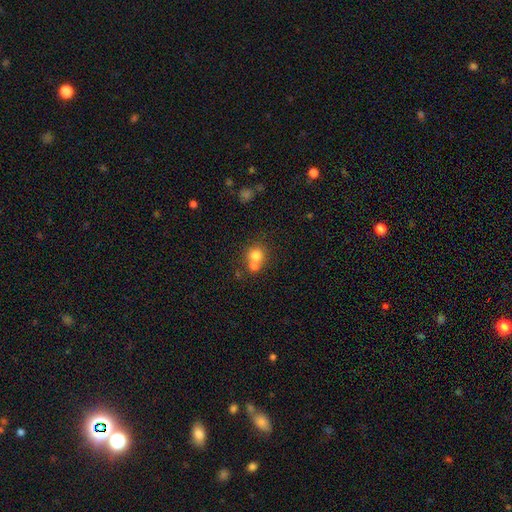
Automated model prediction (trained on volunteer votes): smooth-or-featured: smooth: 76% | star or artifact: 12% | featured or disk: 12%
  how-rounded: round: 87% | in between: 12% | cigar-shaped: 1%
  merging: merger: 47% | none: 45% | minor disturbance: 6% | major disturbance: 3%